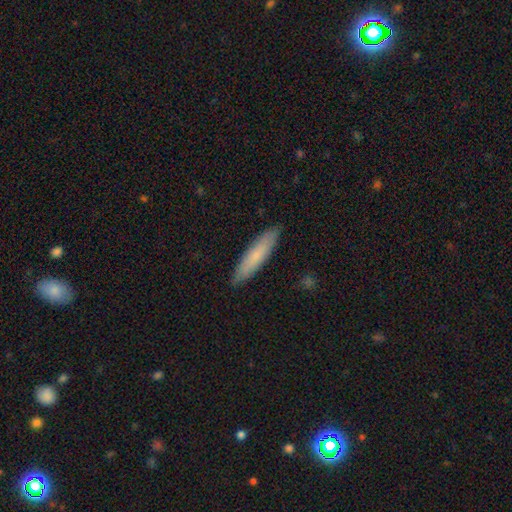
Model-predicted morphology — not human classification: smooth-or-featured: smooth: 75% | featured or disk: 20% | star or artifact: 6%
  how-rounded: cigar-shaped: 83% | in between: 16% | round: 1%
  merging: none: 90% | minor disturbance: 8% | major disturbance: 1% | merger: 1%